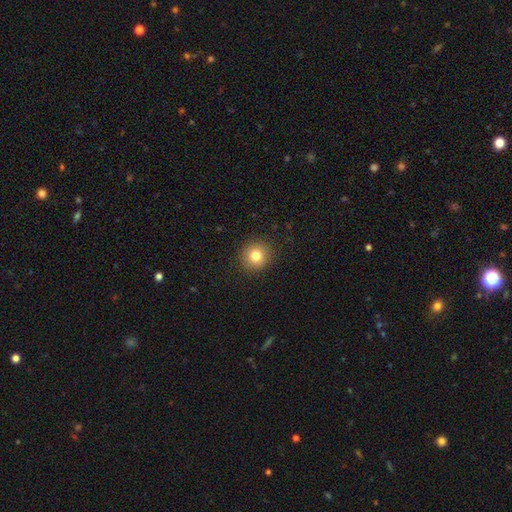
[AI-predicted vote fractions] A smooth galaxy with no disk features (79%) that is round (92%). Merging: none (91%).